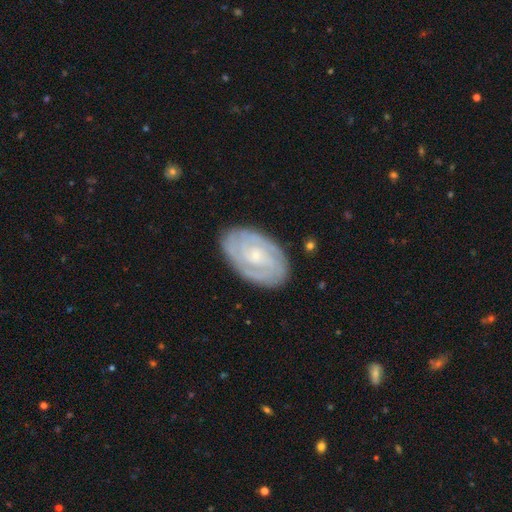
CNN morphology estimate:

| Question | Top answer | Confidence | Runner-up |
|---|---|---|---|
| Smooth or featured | featured or disk | 81% | smooth (13%) |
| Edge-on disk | no | 96% | yes (4%) |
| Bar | no | 65% | weak (29%) |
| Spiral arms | yes | 95% | no (5%) |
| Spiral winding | tight | 74% | medium (22%) |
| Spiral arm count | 2 | 31% | can't tell (30%) |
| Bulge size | small | 69% | moderate (25%) |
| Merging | none | 82% | minor disturbance (13%) |